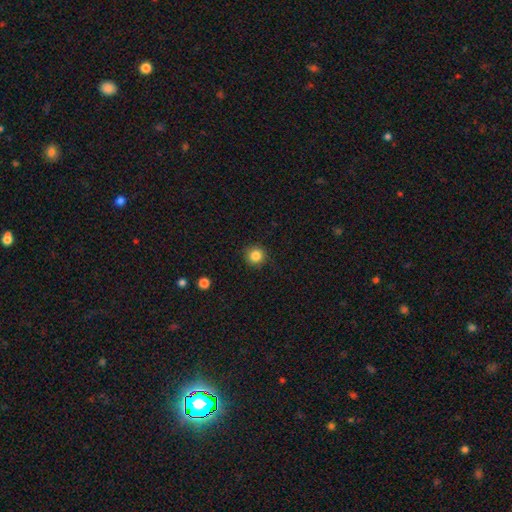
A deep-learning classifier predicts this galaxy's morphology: A smooth galaxy with no disk features (85%) that is round (94%). Merging: none (91%).